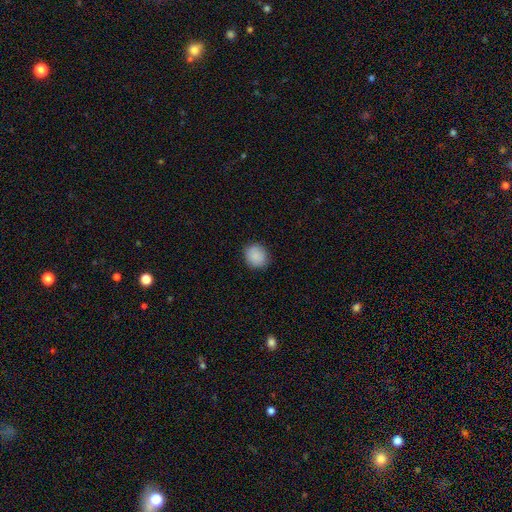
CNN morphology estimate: Overall: smooth (89%). How rounded: round (81%). Merging: none (88%).